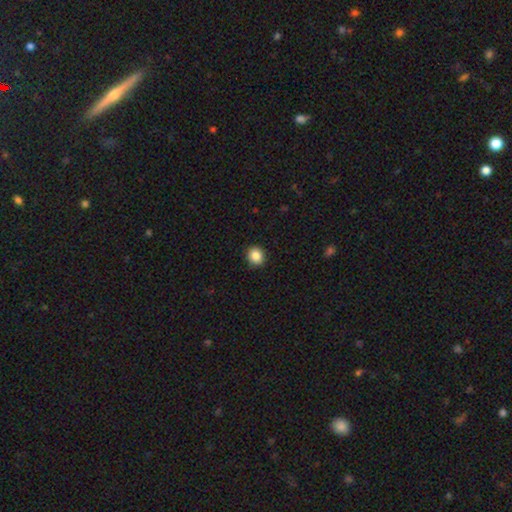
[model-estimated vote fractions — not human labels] Morphology: type=smooth (86%); roundness=round (79%); merging=none (91%).